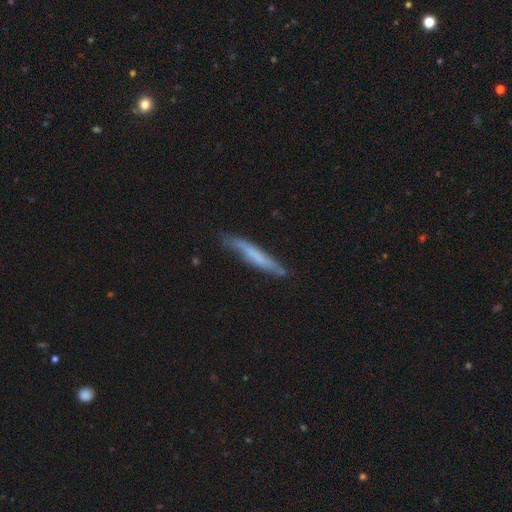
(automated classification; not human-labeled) Q: Smooth or featured?
A: smooth (53%); runner-up: featured or disk (41%)
Q: How rounded?
A: cigar-shaped (93%); runner-up: in between (5%)
Q: Merging?
A: none (71%); runner-up: minor disturbance (22%)